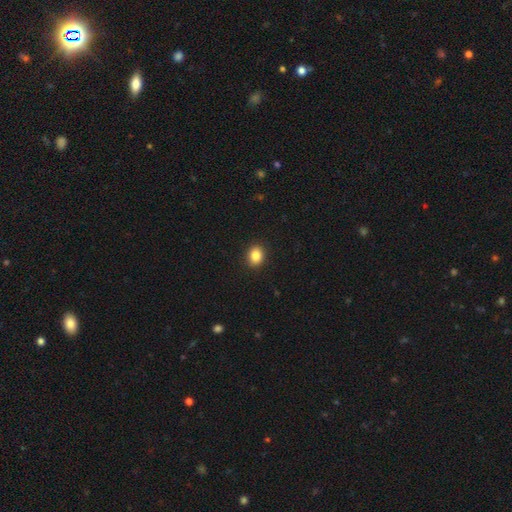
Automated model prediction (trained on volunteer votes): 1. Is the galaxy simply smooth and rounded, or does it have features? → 86% smooth, 10% star or artifact, 5% featured or disk.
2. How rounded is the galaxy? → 56% round, 44% in between, 1% cigar-shaped.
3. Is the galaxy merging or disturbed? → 91% none, 6% minor disturbance, 2% major disturbance, 1% merger.